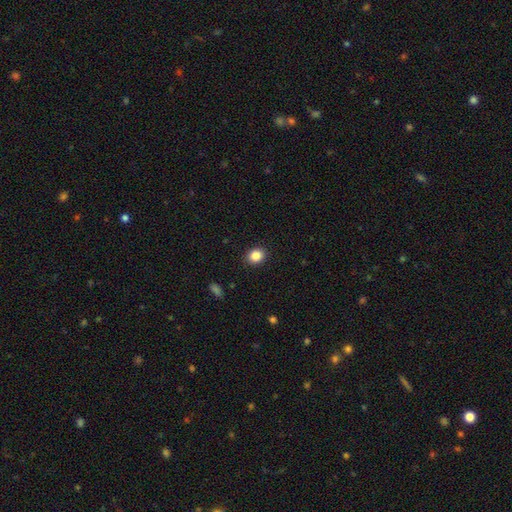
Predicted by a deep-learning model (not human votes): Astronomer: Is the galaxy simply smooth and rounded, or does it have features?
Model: smooth — 85%.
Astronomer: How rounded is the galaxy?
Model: round — 63%.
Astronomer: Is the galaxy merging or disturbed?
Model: none — 90%.